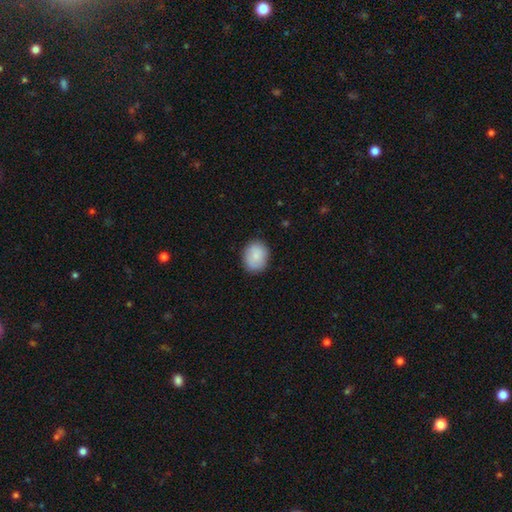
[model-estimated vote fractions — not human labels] The model was most divided on "how rounded": round: 51%, in between: 48%, cigar-shaped: 1%. More confident: smooth or featured — smooth (85%); merging — none (84%).